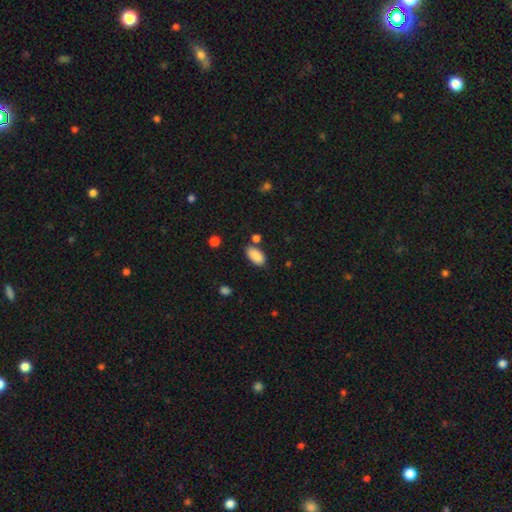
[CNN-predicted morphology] A smooth galaxy with no disk features (88%) that is in between round and cigar-shaped (93%). Merging: none (77%).